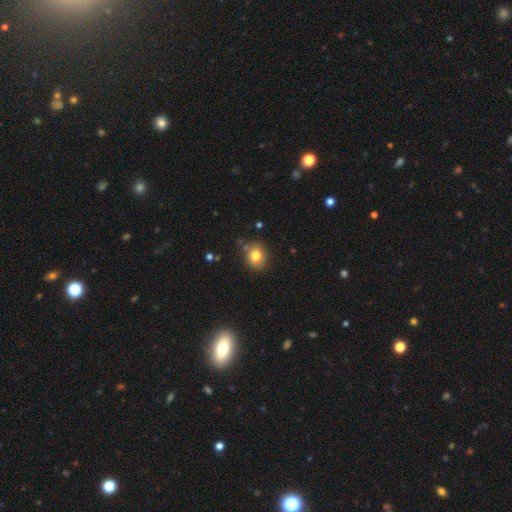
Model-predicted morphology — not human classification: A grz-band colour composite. It shows a smooth galaxy with no disk features (80%) that is round (67%). Merging: none (82%).